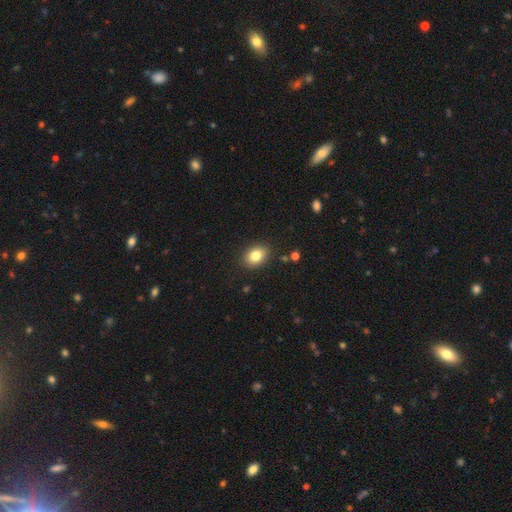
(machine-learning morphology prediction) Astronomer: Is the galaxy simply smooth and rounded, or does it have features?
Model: smooth — 82%.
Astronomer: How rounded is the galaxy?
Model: in between — 70%.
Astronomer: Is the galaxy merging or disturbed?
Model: none — 87%.